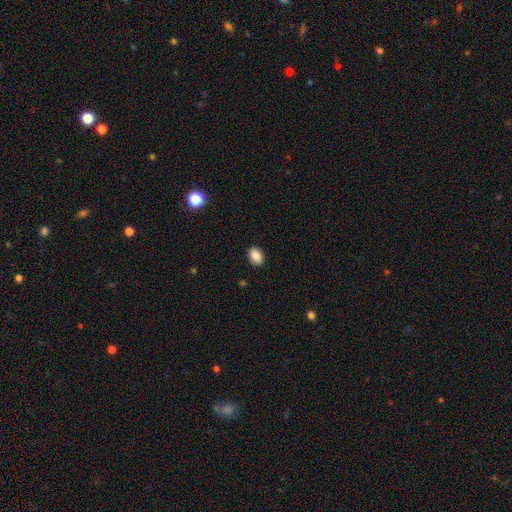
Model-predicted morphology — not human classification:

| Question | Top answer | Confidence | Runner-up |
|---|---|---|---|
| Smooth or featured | smooth | 87% | star or artifact (8%) |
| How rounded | in between | 79% | round (20%) |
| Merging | none | 89% | minor disturbance (8%) |